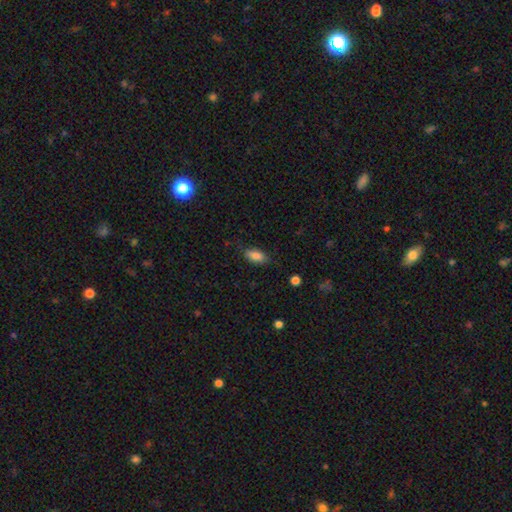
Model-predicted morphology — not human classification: Smooth or featured? Predicted: smooth (p=0.85). How rounded? Predicted: in between (p=0.88). Merging? Predicted: none (p=0.76).